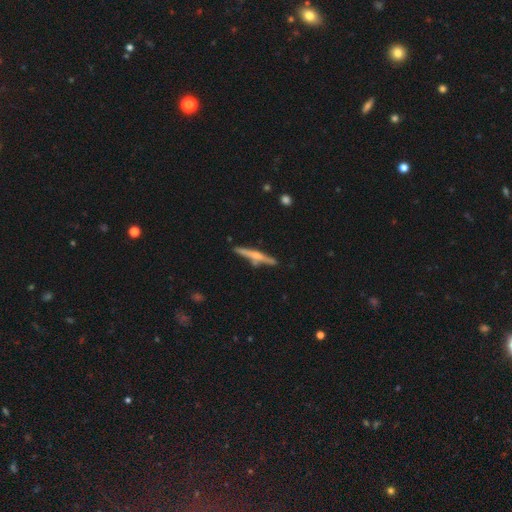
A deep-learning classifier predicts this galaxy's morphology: Smooth or featured?
  - featured or disk: 67% *
  - smooth: 27%
  - star or artifact: 6%
Edge-on disk?
  - yes: 97% *
  - no: 3%
Edge-on bulge?
  - rounded: 83% *
  - none: 11%
  - boxy: 7%
Merging?
  - none: 83% *
  - minor disturbance: 11%
  - merger: 4%
  - major disturbance: 2%